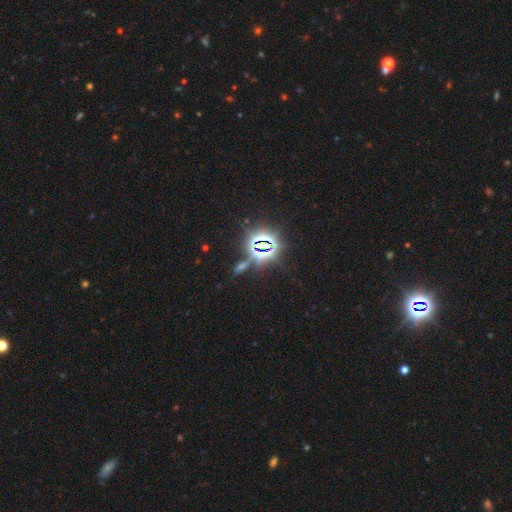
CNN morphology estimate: This is clearly a star or artifact rather than a galaxy (84%).